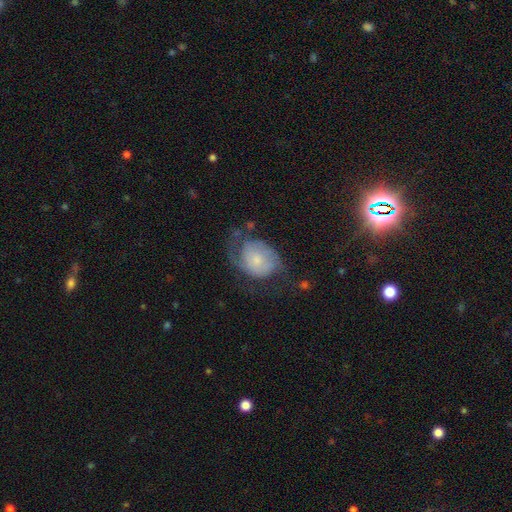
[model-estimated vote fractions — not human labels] Smooth or featured? Predicted: featured or disk (p=0.63). Edge-on disk? Predicted: no (p=0.96). Bar? Predicted: no (p=0.76). Spiral arms? Predicted: yes (p=0.86). Spiral winding? Predicted: tight (p=0.48). Spiral arm count? Predicted: 2 (p=0.49). Bulge size? Predicted: small (p=0.63). Merging? Predicted: none (p=0.54).